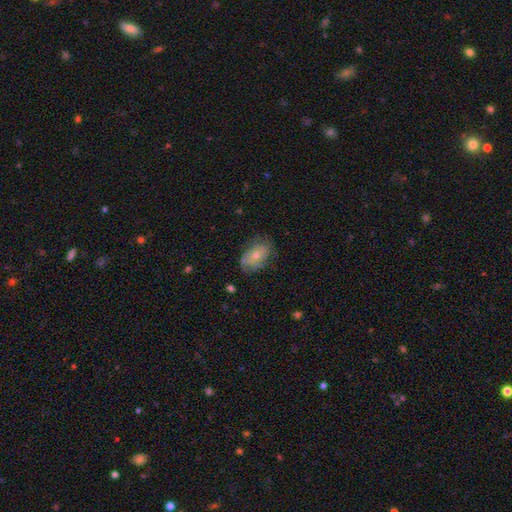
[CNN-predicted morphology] Smooth or featured? featured or disk (55%)
Edge-on disk? no (95%)
Bar? no (82%)
Spiral arms? yes (70%)
Bulge size? moderate (66%)
Merging? none (65%)